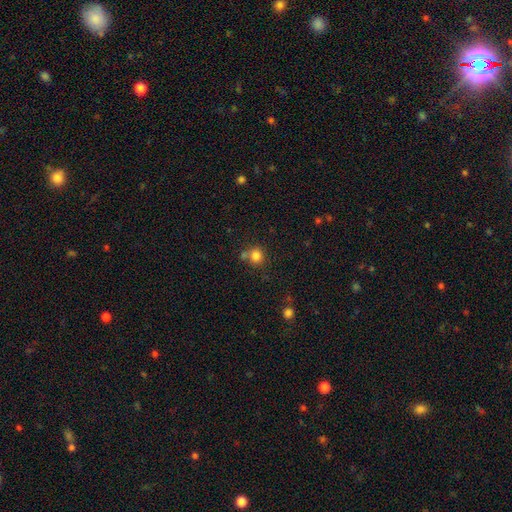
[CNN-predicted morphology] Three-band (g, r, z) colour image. It shows a smooth galaxy with no disk features (82%) that is round (86%). Merging: none (64%).